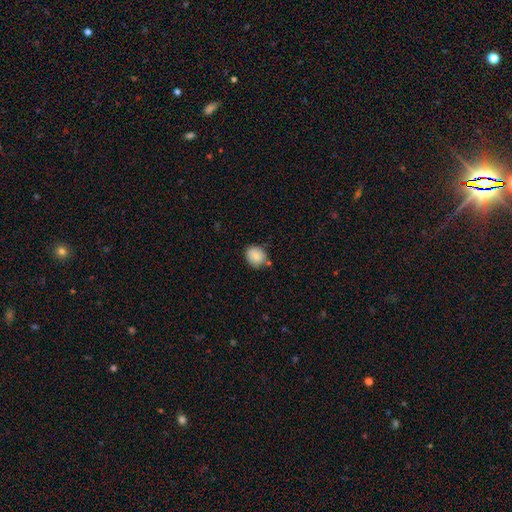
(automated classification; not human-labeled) smooth-or-featured: smooth: 83% | featured or disk: 9% | star or artifact: 8%
  how-rounded: round: 72% | in between: 27% | cigar-shaped: 1%
  merging: none: 75% | minor disturbance: 16% | merger: 6% | major disturbance: 3%